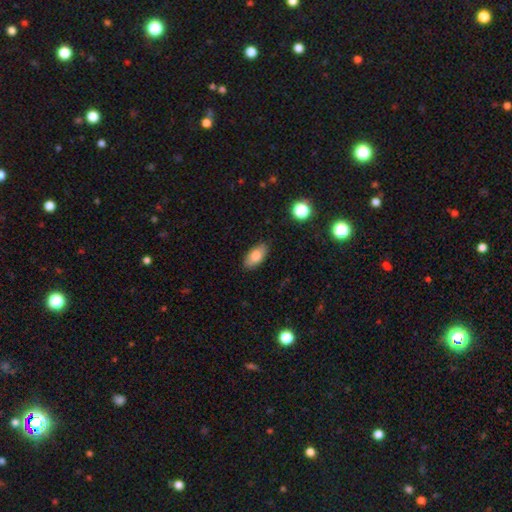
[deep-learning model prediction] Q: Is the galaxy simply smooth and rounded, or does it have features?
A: smooth — 79%.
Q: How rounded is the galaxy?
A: in between — 92%.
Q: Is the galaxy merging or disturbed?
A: none — 86%.